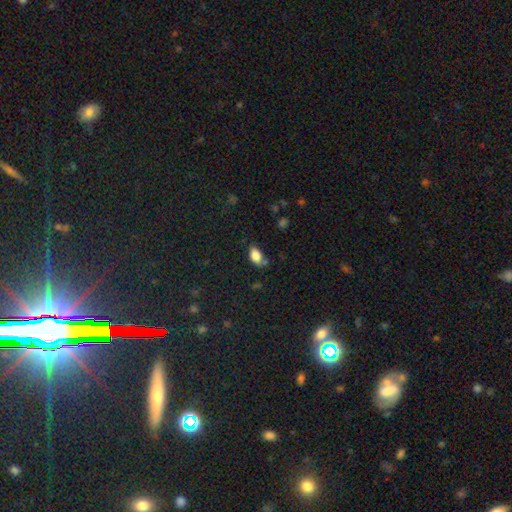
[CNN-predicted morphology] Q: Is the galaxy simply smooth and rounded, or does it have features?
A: smooth — 82%.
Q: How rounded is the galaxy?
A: in between — 90%.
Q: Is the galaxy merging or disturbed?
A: none — 65%.